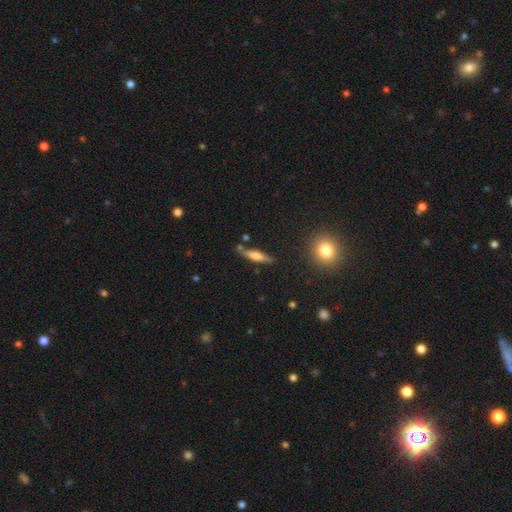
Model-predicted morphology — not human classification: A smooth galaxy with no disk features (47%). Merging: none (77%).